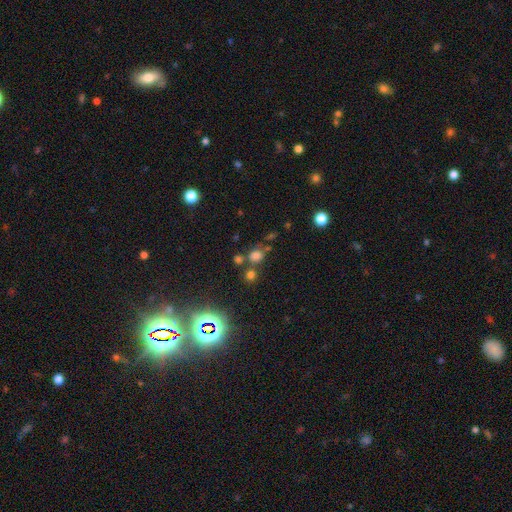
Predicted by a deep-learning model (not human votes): smooth_or_featured: smooth (p=0.67) [alt: star or artifact p=0.25]
how_rounded: round (p=0.70) [alt: in between p=0.28]
merging: none (p=0.61) [alt: merger p=0.22]